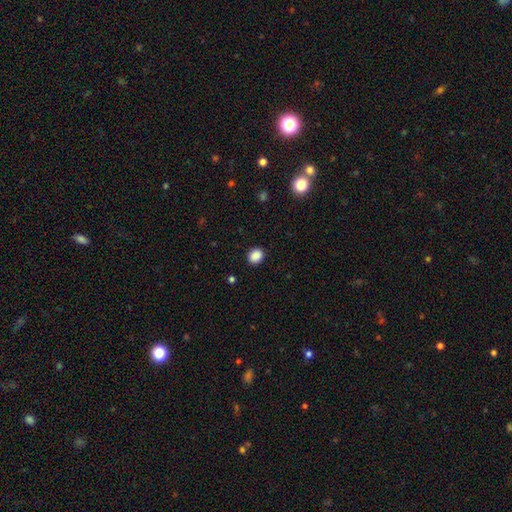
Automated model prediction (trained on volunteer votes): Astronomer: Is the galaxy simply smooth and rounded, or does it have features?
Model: smooth — 88%.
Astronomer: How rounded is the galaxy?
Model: round — 64%.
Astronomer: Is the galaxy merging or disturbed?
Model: none — 89%.